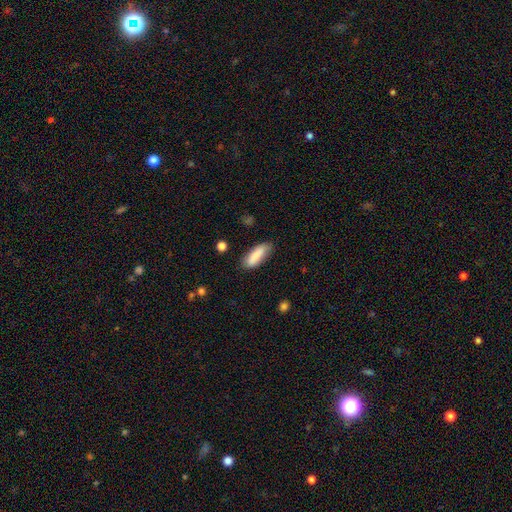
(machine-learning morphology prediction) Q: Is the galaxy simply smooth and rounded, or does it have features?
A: smooth — 85%.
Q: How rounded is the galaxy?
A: in between — 60%.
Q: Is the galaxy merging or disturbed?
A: none — 74%.